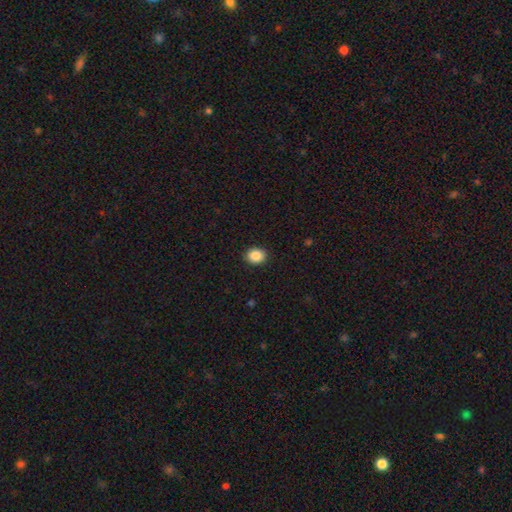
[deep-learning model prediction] Morphology: type=smooth (87%); roundness=round (62%); merging=none (91%).